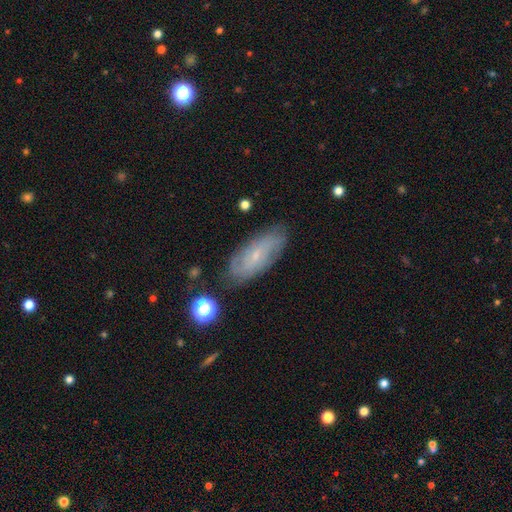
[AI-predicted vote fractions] A featured or disk galaxy (61%) with no bar (67%), spiral arms (82%) and a small central bulge (82%).

Vote fractions:
- Smooth or featured? featured or disk: 61% / smooth: 31% / star or artifact: 8%
- Edge-on disk? no: 88% / yes: 12%
- Bar? no: 67% / weak: 28% / strong: 6%
- Spiral arms? yes: 82% / no: 18%
- Bulge size? small: 82% / moderate: 12% / none: 4% / large: 1% / dominant: 1%
- Merging? none: 78% / minor disturbance: 16% / major disturbance: 4% / merger: 2%